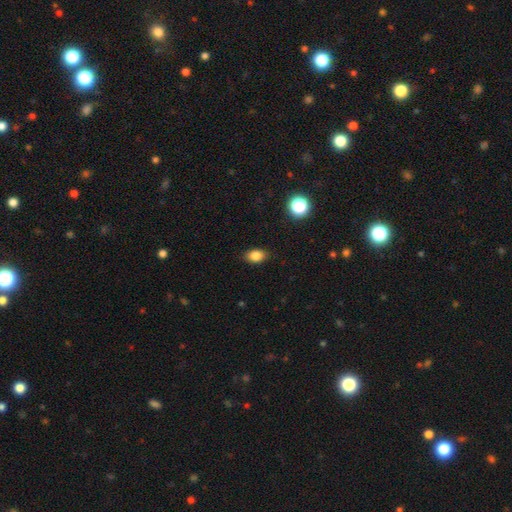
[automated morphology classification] smooth 83%, star or artifact 10%, featured or disk 7%. Down the decision tree: how rounded — in between (82%); merging — none (87%).